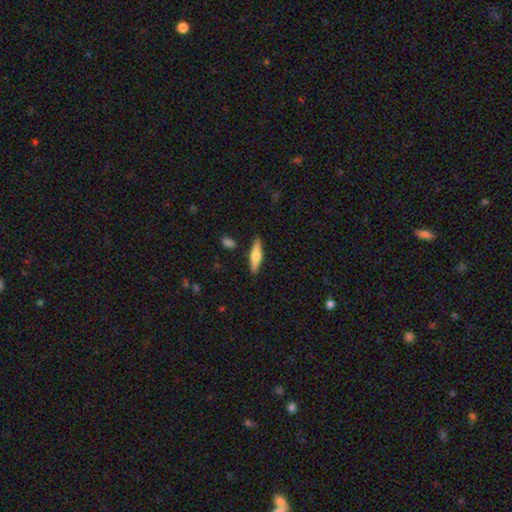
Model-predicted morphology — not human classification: The model was most divided on "smooth or featured": smooth: 53%, featured or disk: 41%, star or artifact: 6%. More confident: merging — none (87%); how rounded — cigar-shaped (70%).